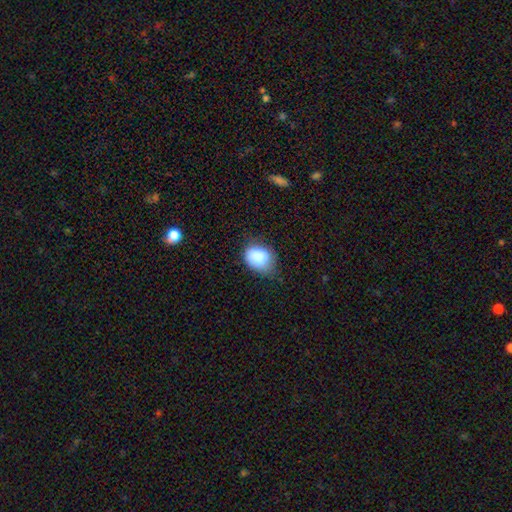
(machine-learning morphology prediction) Smooth or featured? smooth (86%)
How rounded? in between (62%)
Merging? none (54%)